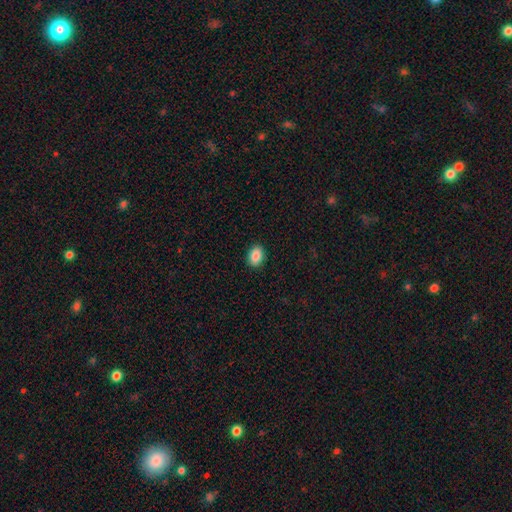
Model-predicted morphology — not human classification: Q: Smooth or featured?
A: smooth (87%); runner-up: star or artifact (8%)
Q: How rounded?
A: in between (80%); runner-up: round (19%)
Q: Merging?
A: none (90%); runner-up: minor disturbance (7%)